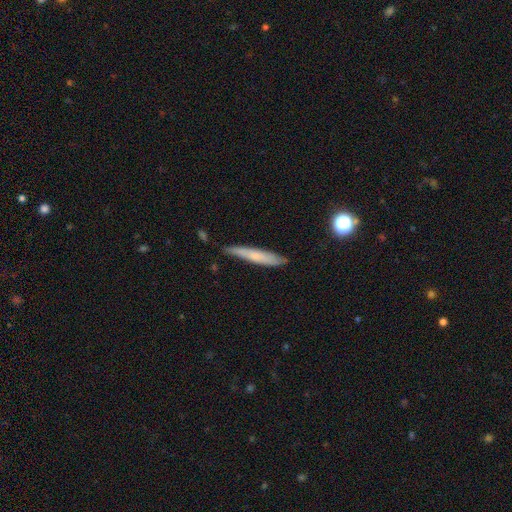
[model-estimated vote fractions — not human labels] Morphology: type=smooth (61%); roundness=cigar-shaped (93%); merging=none (77%).